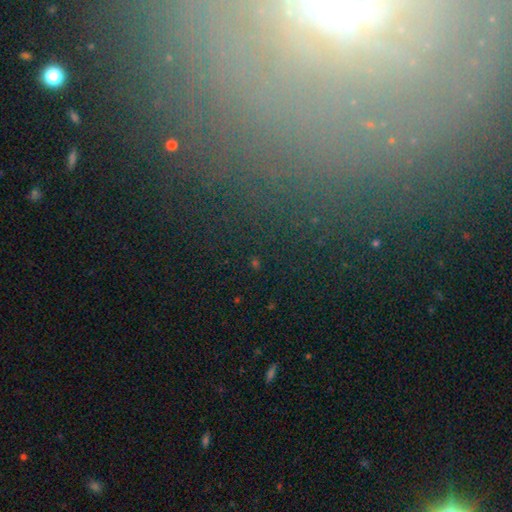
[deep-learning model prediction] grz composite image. It shows a star or artifact, not a galaxy (64%).